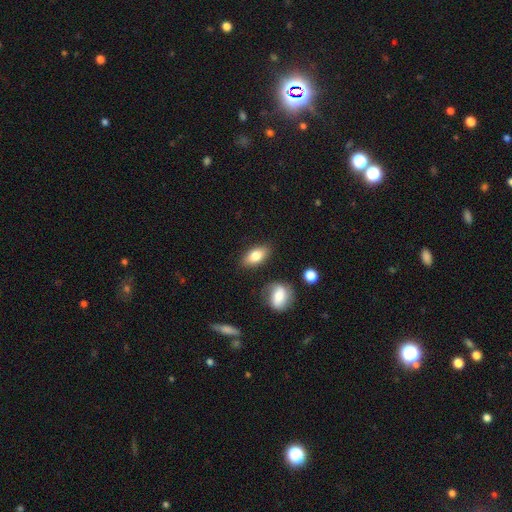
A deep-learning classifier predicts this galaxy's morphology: Smooth or featured? Predicted: smooth (p=0.80). How rounded? Predicted: in between (p=0.88). Merging? Predicted: none (p=0.83).